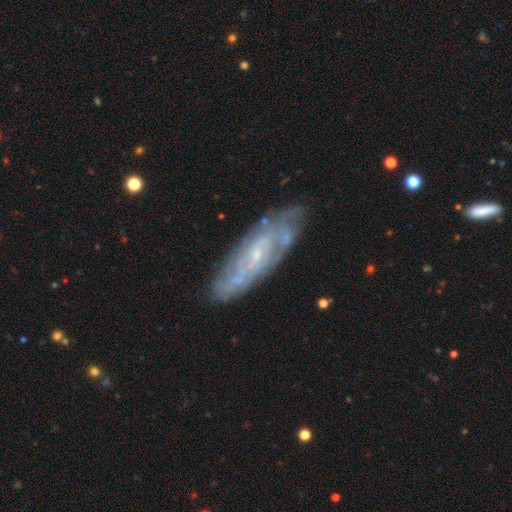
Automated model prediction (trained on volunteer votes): smooth_or_featured: featured or disk (p=0.75) [alt: smooth p=0.18]
disk_edge_on: no (p=0.80) [alt: yes p=0.20]
bar: no (p=0.57) [alt: weak p=0.35]
has_spiral_arms: yes (p=0.84) [alt: no p=0.16]
spiral_winding: tight (p=0.55) [alt: medium p=0.33]
spiral_arm_count: can't tell (p=0.55) [alt: 2 p=0.21]
bulge_size: small (p=0.80) [alt: moderate p=0.12]
merging: none (p=0.76) [alt: minor disturbance p=0.18]